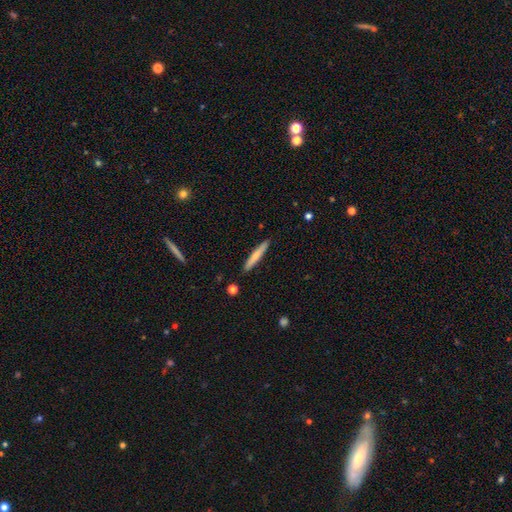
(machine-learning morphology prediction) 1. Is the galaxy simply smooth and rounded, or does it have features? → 61% smooth, 33% featured or disk, 5% star or artifact.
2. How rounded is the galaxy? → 93% cigar-shaped, 5% in between, 1% round.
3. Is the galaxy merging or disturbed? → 90% none, 7% minor disturbance, 1% major disturbance, 1% merger.